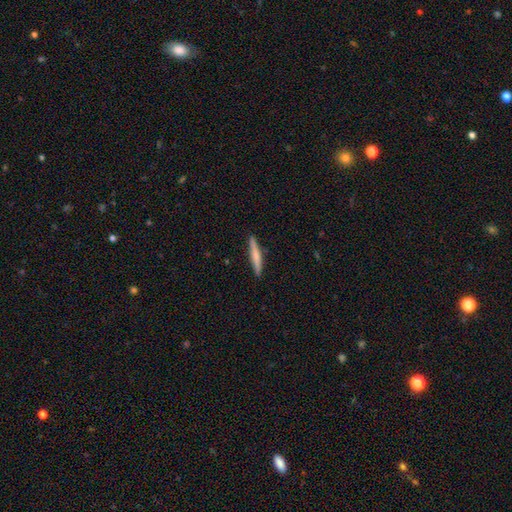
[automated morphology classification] Smooth or featured? smooth (62%)
How rounded? cigar-shaped (94%)
Merging? none (90%)